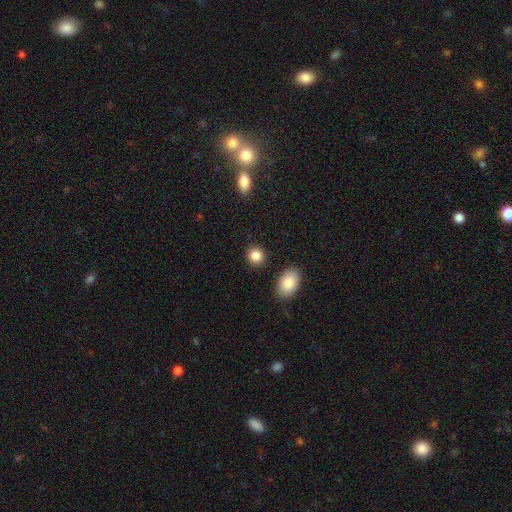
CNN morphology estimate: Smooth or featured? Predicted: smooth (p=0.86). How rounded? Predicted: round (p=0.80). Merging? Predicted: none (p=0.88).